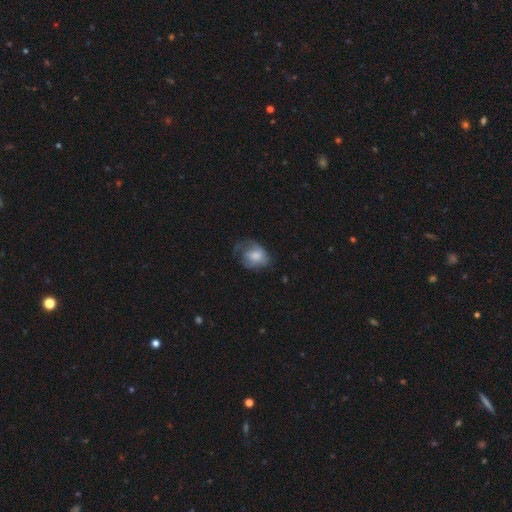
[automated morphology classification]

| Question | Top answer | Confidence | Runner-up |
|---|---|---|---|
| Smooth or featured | smooth | 60% | featured or disk (31%) |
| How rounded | in between | 65% | round (34%) |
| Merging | none | 36% | major disturbance (33%) |